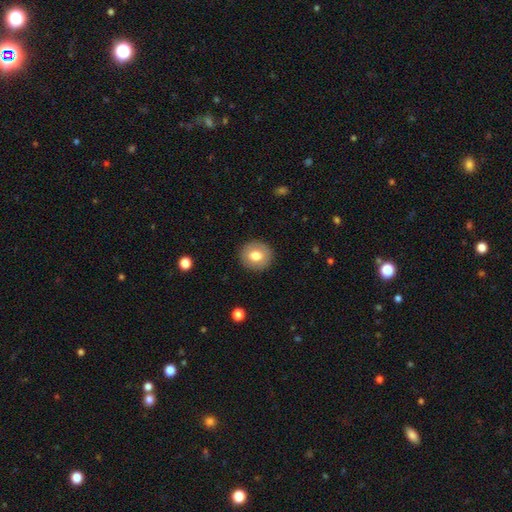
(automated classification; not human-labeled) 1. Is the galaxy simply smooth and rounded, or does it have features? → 76% smooth, 16% featured or disk, 8% star or artifact.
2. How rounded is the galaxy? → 87% round, 12% in between, 1% cigar-shaped.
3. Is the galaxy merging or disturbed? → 90% none, 7% minor disturbance, 2% major disturbance, 1% merger.